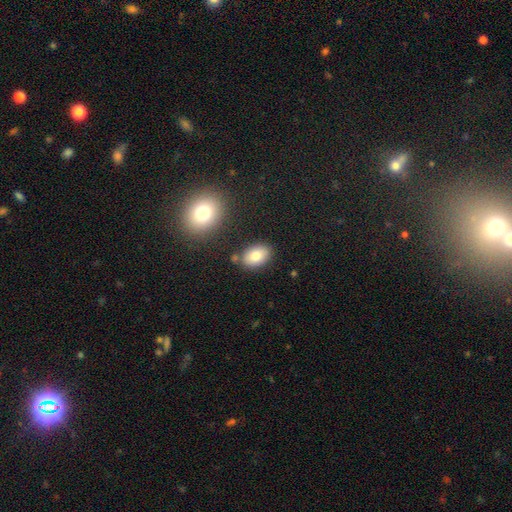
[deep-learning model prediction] smooth 80%, featured or disk 11%, star or artifact 8%. Down the decision tree: how rounded — in between (85%); merging — none (78%).